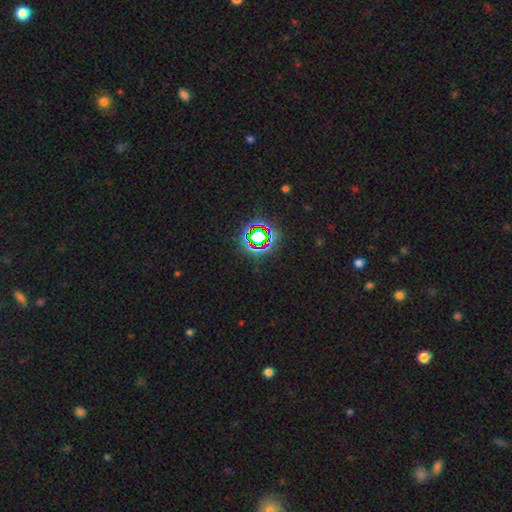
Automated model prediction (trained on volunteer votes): Smooth or featured? Predicted: star or artifact (p=0.75).